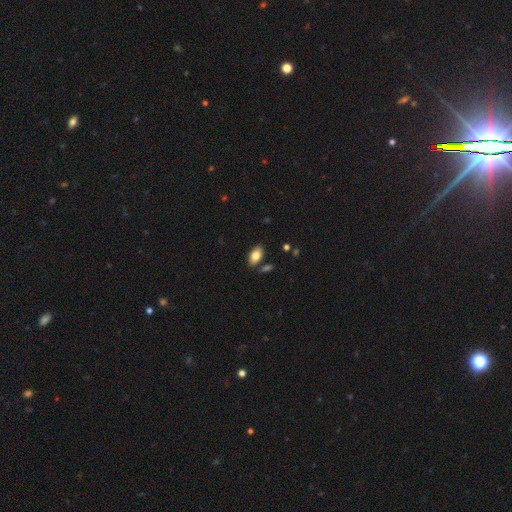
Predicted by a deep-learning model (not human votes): Smooth or featured? smooth (81%)
How rounded? in between (93%)
Merging? none (82%)